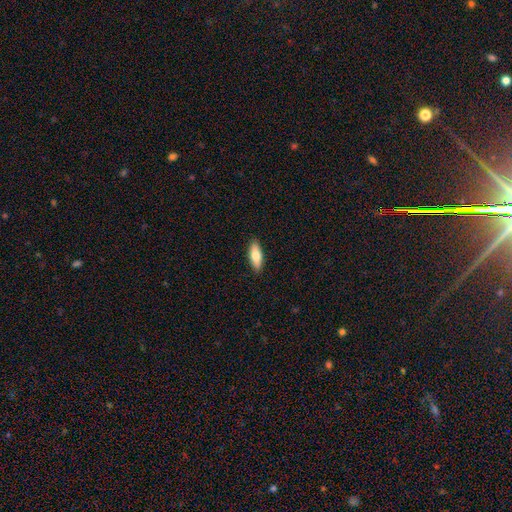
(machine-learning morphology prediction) This appears to be a smooth galaxy with no disk features (73%) that is in between round and cigar-shaped (63%). Merging: none (90%).